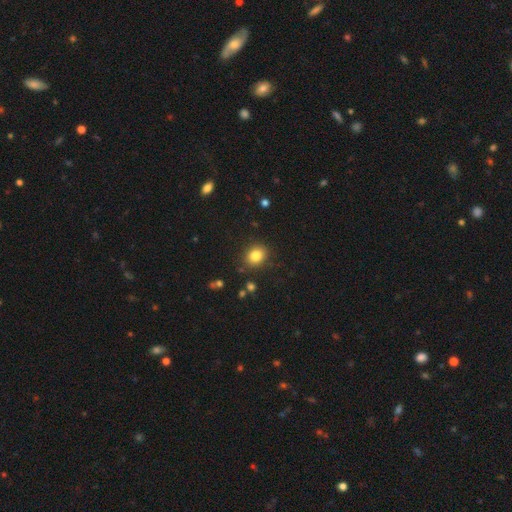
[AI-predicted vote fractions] smooth-or-featured: smooth: 83% | star or artifact: 11% | featured or disk: 6%
  how-rounded: round: 56% | in between: 43% | cigar-shaped: 1%
  merging: none: 86% | minor disturbance: 9% | major disturbance: 3% | merger: 2%